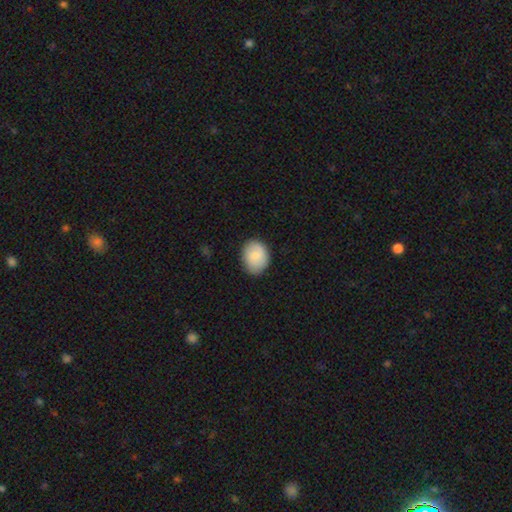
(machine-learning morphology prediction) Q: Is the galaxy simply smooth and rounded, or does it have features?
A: smooth — 78%.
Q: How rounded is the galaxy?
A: in between — 53%.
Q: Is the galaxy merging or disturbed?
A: none — 82%.